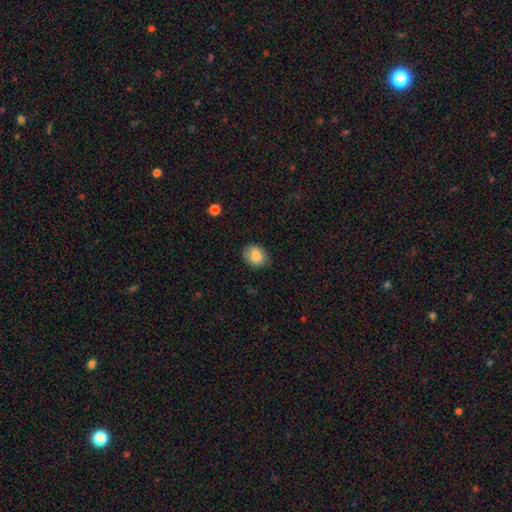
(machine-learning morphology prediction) smooth_or_featured: smooth (p=0.83) [alt: featured or disk p=0.09]
how_rounded: in between (p=0.58) [alt: round p=0.41]
merging: none (p=0.82) [alt: minor disturbance p=0.14]